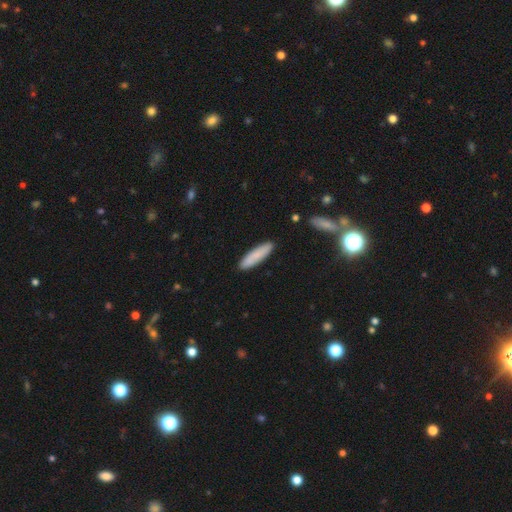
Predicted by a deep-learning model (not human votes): Q: Smooth or featured?
A: smooth (82%); runner-up: featured or disk (12%)
Q: How rounded?
A: cigar-shaped (74%); runner-up: in between (25%)
Q: Merging?
A: none (89%); runner-up: minor disturbance (8%)